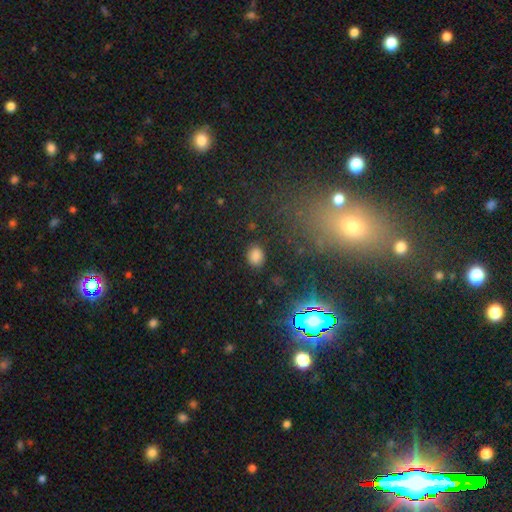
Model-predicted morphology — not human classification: Q: Smooth or featured?
A: smooth (78%); runner-up: star or artifact (16%)
Q: How rounded?
A: round (50%); runner-up: in between (49%)
Q: Merging?
A: none (83%); runner-up: minor disturbance (12%)